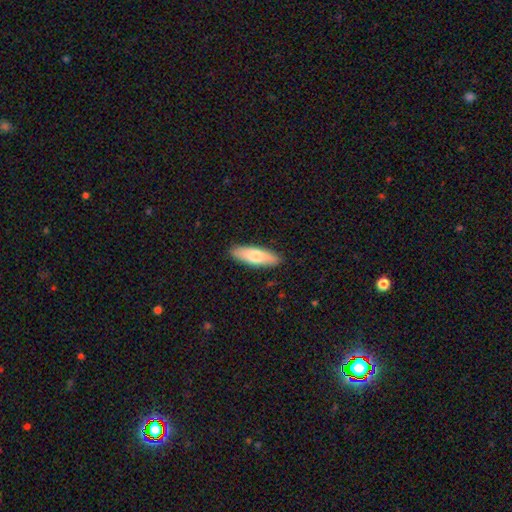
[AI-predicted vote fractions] Smooth or featured: smooth — 71% (featured or disk — 24%)
How rounded: cigar-shaped — 49% (tied with in between — 49%)
Merging: none — 89% (minor disturbance — 8%)